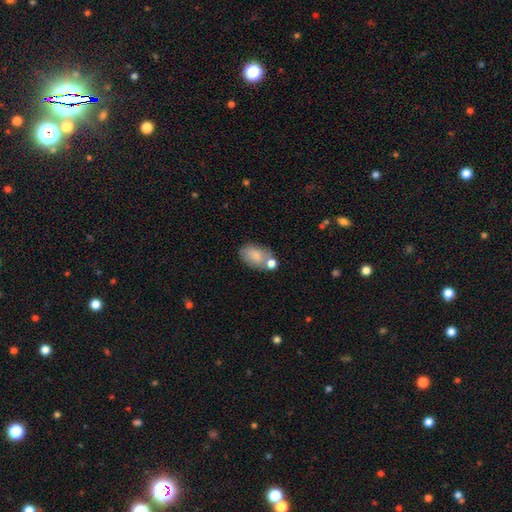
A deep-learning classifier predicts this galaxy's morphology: smooth_or_featured: smooth (p=0.77) [alt: featured or disk p=0.15]
how_rounded: in between (p=0.88) [alt: round p=0.11]
merging: none (p=0.49) [alt: merger p=0.24]